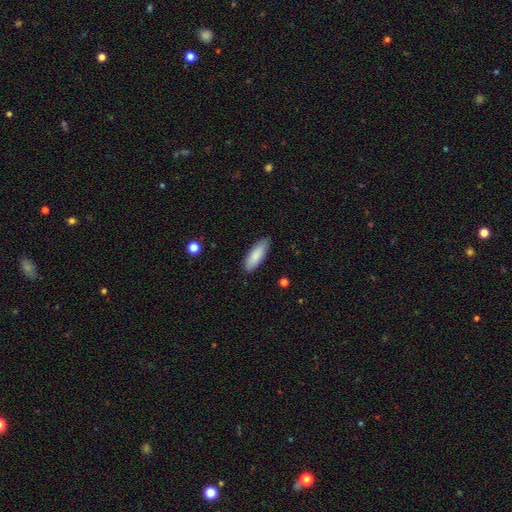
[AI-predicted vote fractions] A smooth galaxy with no disk features (86%) that is in between round and cigar-shaped (57%).

Vote fractions:
- Smooth or featured? smooth: 86% / featured or disk: 9% / star or artifact: 6%
- How rounded? in between: 57% / cigar-shaped: 41% / round: 1%
- Merging? none: 85% / minor disturbance: 12% / major disturbance: 2% / merger: 1%